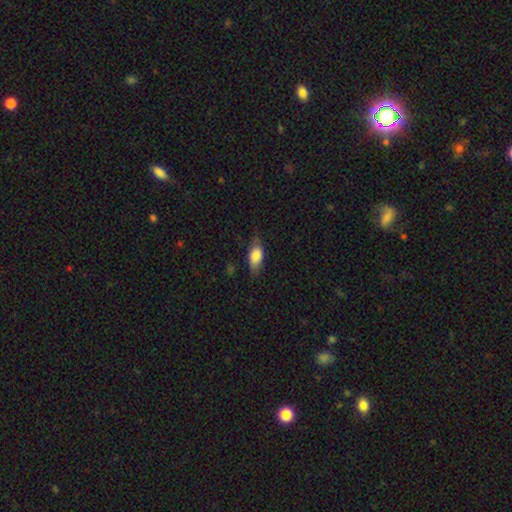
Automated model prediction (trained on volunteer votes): smooth 77%, featured or disk 16%, star or artifact 7%. Down the decision tree: how rounded — in between (84%); merging — none (71%).